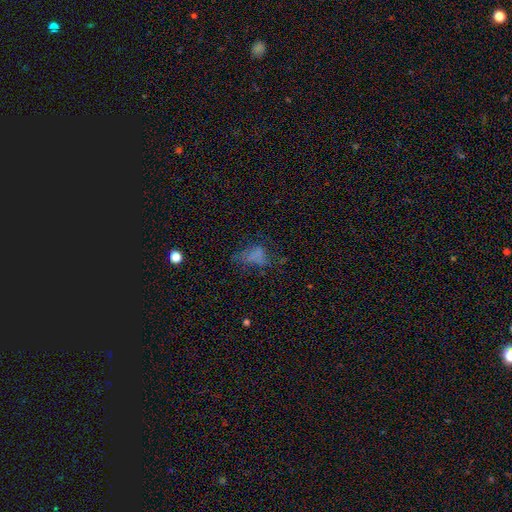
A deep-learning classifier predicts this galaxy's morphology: smooth 50%, featured or disk 26%, star or artifact 24%. Down the decision tree: merging — major disturbance (37%).